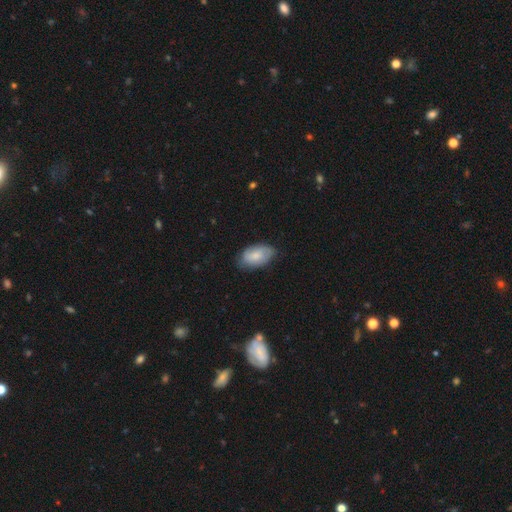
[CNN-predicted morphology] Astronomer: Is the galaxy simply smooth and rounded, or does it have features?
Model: smooth — 70%.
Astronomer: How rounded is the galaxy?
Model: in between — 93%.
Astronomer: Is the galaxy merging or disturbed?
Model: none — 70%.